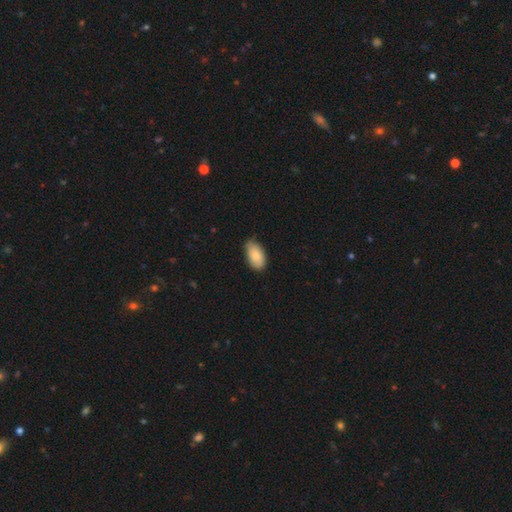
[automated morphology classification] This appears to be a smooth galaxy with no disk features (83%) that is in between round and cigar-shaped (94%). Merging: none (70%).